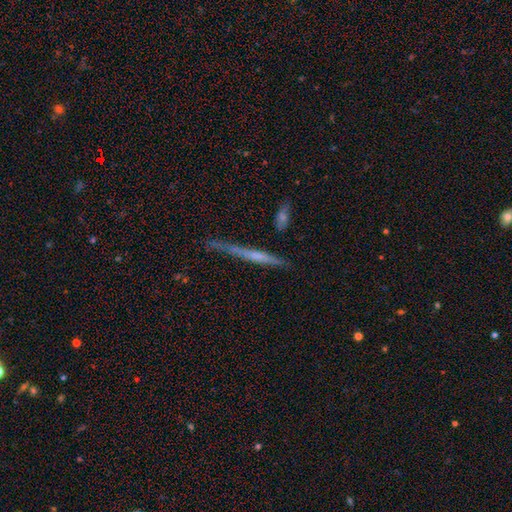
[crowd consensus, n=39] Smooth or featured? featured or disk (49%)
Edge-on disk? yes (100%)
Edge-on bulge? none (53%)
Merging? none (71%)